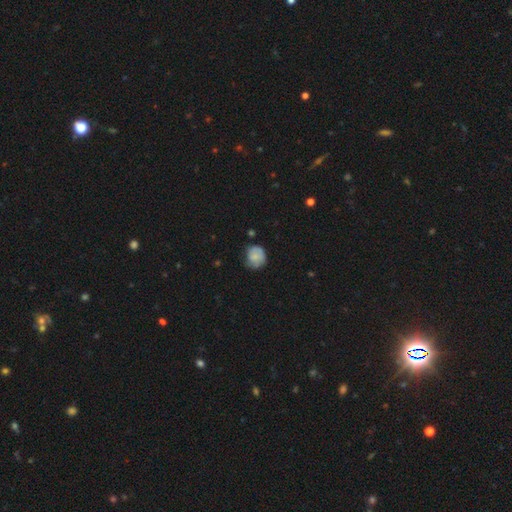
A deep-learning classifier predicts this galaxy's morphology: A smooth galaxy with no disk features (69%) that is round (75%).

Vote fractions:
- Smooth or featured? smooth: 69% / featured or disk: 23% / star or artifact: 8%
- How rounded? round: 75% / in between: 24% / cigar-shaped: 1%
- Merging? none: 59% / minor disturbance: 30% / major disturbance: 9% / merger: 2%